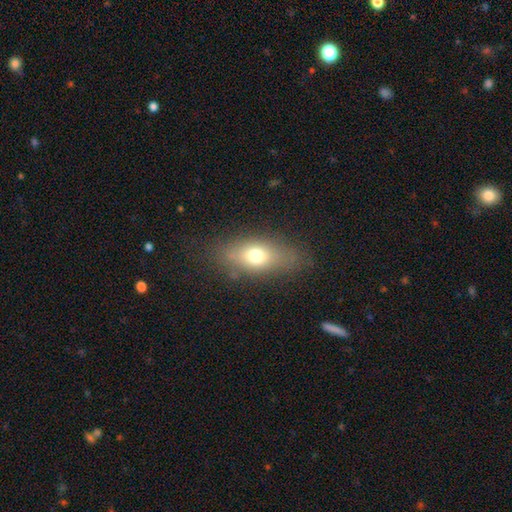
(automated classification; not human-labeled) smooth-or-featured: smooth: 68% | featured or disk: 21% | star or artifact: 11%
  how-rounded: in between: 76% | cigar-shaped: 13% | round: 11%
  merging: none: 78% | minor disturbance: 14% | major disturbance: 6% | merger: 2%